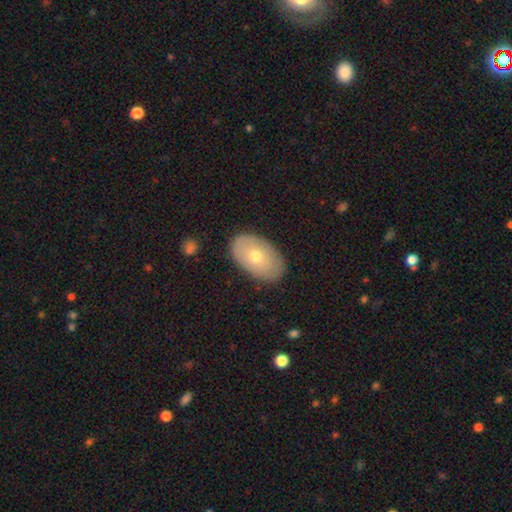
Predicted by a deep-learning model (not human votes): Overall: smooth (62%; featured or disk 32%). How rounded: in between (92%). Merging: none (84%).